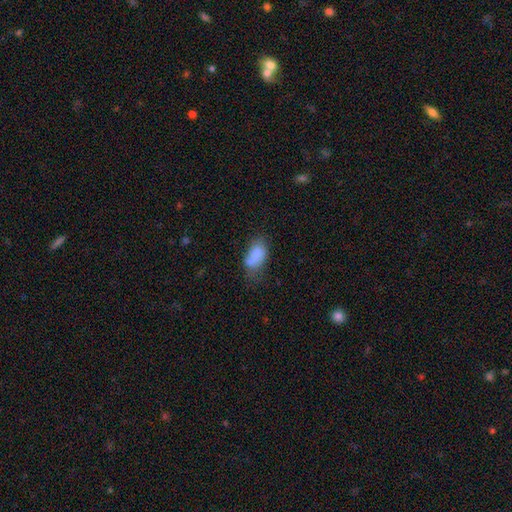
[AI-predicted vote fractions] This appears to be a smooth galaxy with no disk features (79%) that is in between round and cigar-shaped (91%). Merging: none (41%).